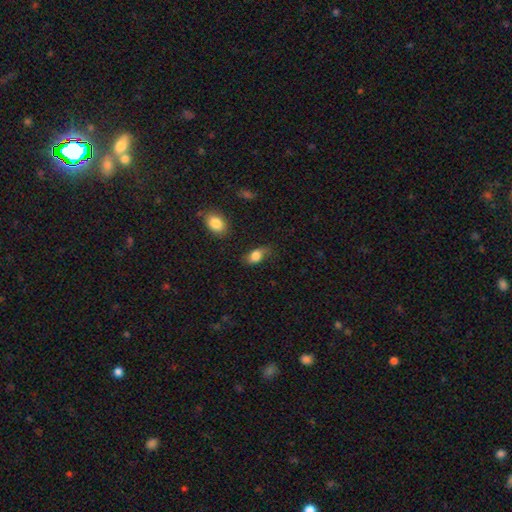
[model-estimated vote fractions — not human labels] The model was most divided on "merging": none: 65%, minor disturbance: 25%, major disturbance: 7%, merger: 2%. More confident: how rounded — in between (84%); smooth or featured — smooth (79%).